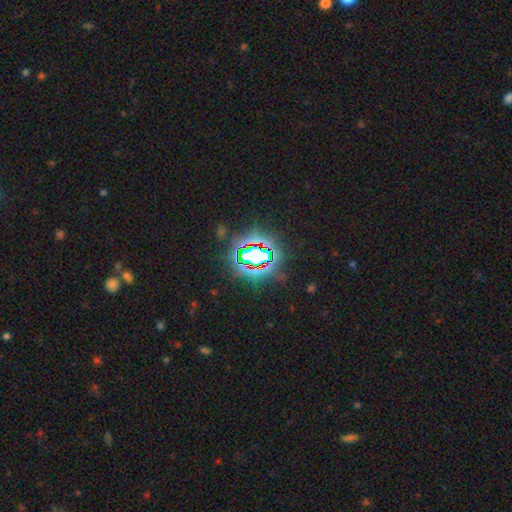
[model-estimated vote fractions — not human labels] This appears to be a star or artifact, not a galaxy (73%).